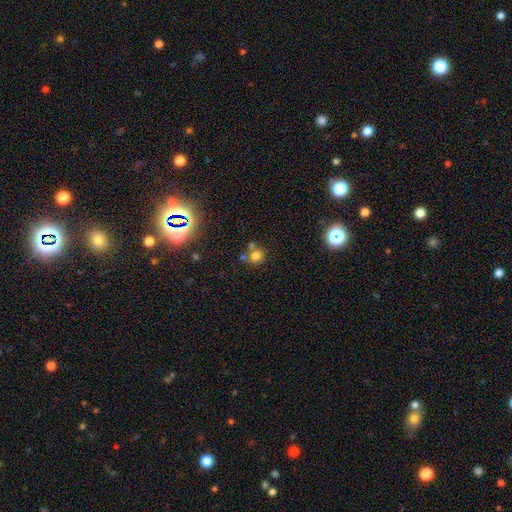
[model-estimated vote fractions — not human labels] smooth 74%, star or artifact 17%, featured or disk 10%. Down the decision tree: how rounded — round (89%); merging — none (59%).